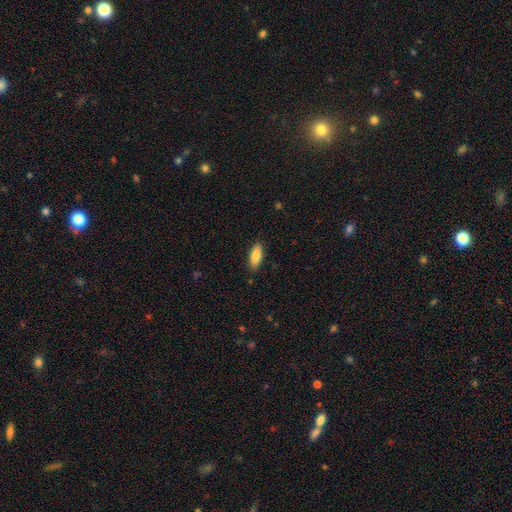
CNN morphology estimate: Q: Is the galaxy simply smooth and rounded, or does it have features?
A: smooth — 85%.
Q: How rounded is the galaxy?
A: in between — 76%.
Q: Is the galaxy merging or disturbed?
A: none — 86%.